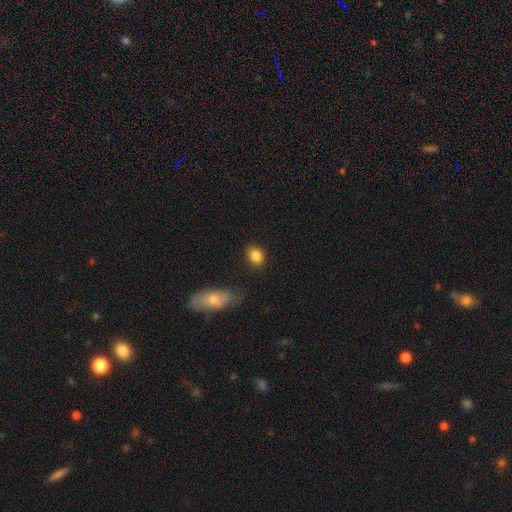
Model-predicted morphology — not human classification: Smooth or featured? Predicted: smooth (p=0.85). How rounded? Predicted: round (p=0.53). Merging? Predicted: none (p=0.82).